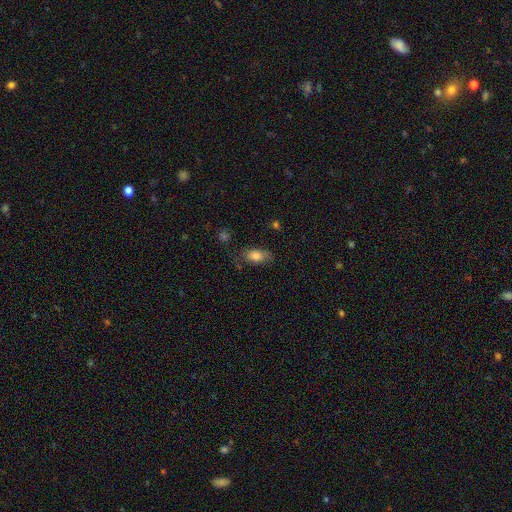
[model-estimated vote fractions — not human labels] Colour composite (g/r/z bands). It shows a smooth galaxy with no disk features (81%) that is in between round and cigar-shaped (88%). Merging: none (65%).